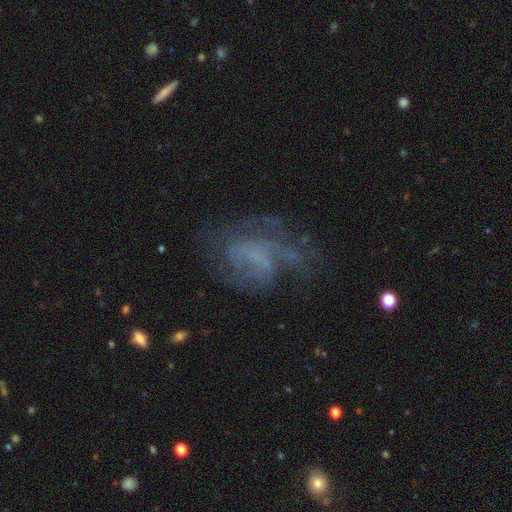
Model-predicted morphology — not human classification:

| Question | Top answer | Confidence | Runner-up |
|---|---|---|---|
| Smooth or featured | featured or disk | 64% | smooth (20%) |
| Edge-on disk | no | 97% | yes (3%) |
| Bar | no | 61% | weak (30%) |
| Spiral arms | yes | 64% | no (36%) |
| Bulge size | none | 68% | small (19%) |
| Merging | none | 44% | major disturbance (33%) |